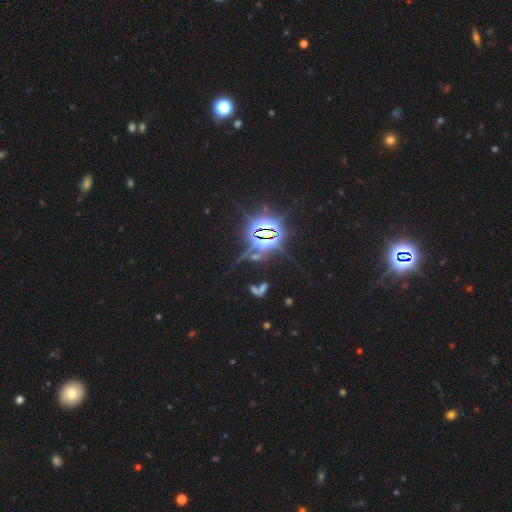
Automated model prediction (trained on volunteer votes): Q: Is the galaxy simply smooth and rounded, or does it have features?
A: star or artifact — 83%.